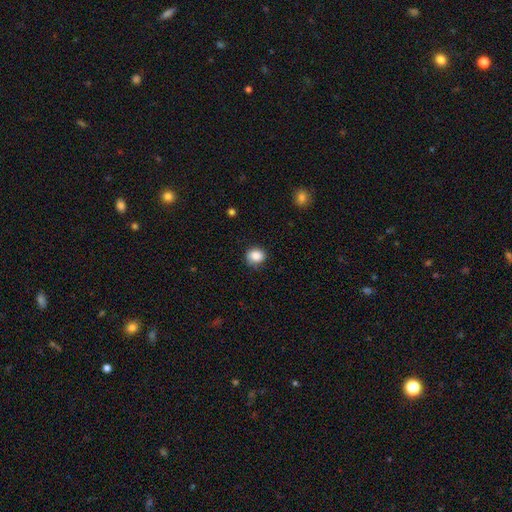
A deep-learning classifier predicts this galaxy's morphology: A smooth galaxy with no disk features (85%) that is round (73%).

Vote fractions:
- Smooth or featured? smooth: 85% / star or artifact: 9% / featured or disk: 5%
- How rounded? round: 73% / in between: 26% / cigar-shaped: 1%
- Merging? none: 81% / minor disturbance: 15% / major disturbance: 3% / merger: 1%